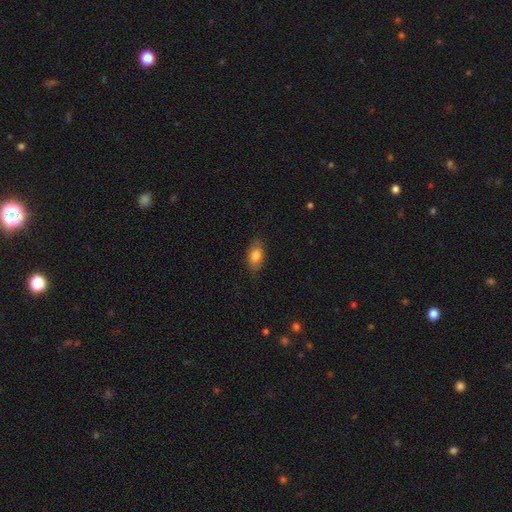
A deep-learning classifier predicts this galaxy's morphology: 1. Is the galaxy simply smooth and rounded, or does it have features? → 82% smooth, 10% featured or disk, 8% star or artifact.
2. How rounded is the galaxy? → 88% in between, 8% round, 4% cigar-shaped.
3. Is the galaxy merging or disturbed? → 80% none, 15% minor disturbance, 4% major disturbance, 1% merger.